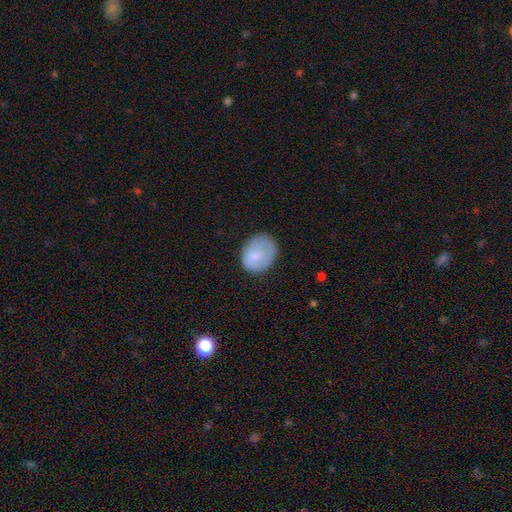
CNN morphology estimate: Smooth or featured? Predicted: smooth (p=0.72). How rounded? Predicted: round (p=0.54). Merging? Predicted: none (p=0.64).